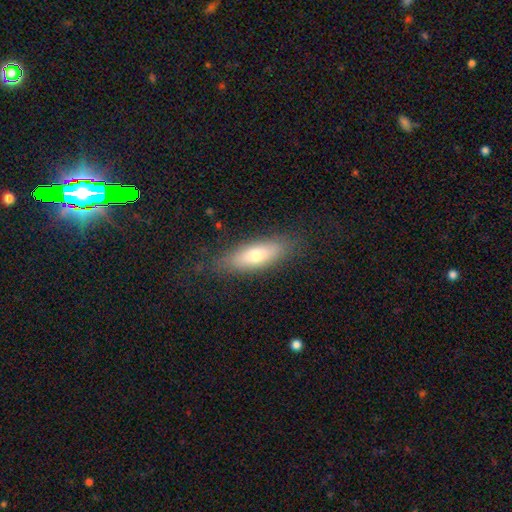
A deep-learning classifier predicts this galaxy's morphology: Smooth or featured: smooth — 66% (featured or disk — 26%)
How rounded: in between — 56% (cigar-shaped — 42%)
Merging: none — 83% (minor disturbance — 13%)